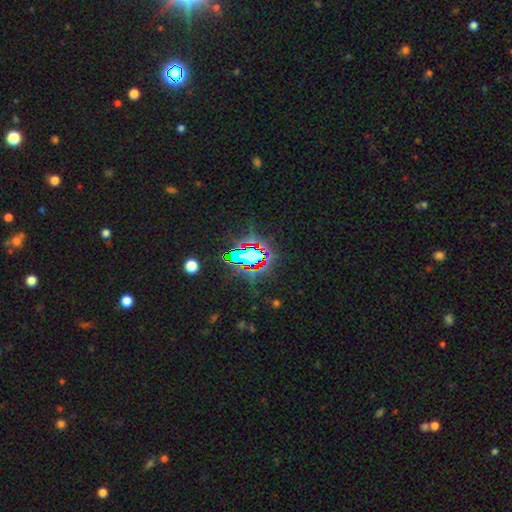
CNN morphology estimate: smooth_or_featured: star or artifact (p=0.69) [alt: smooth p=0.18]